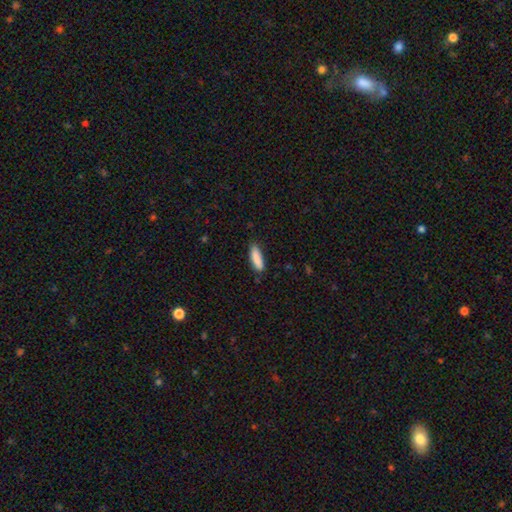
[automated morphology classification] smooth 88%, star or artifact 6%, featured or disk 6%. Down the decision tree: how rounded — cigar-shaped (58%); merging — none (83%).